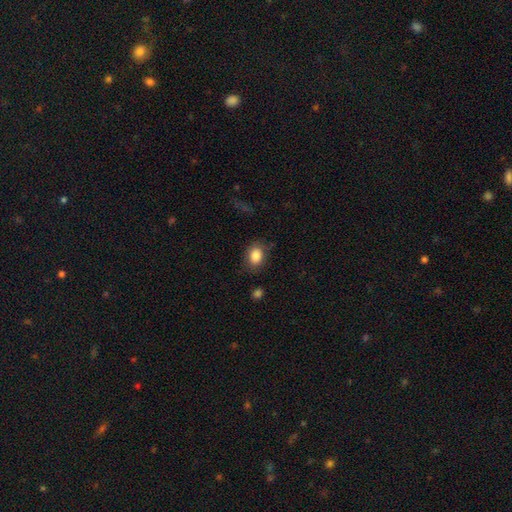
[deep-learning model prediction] Overall: smooth (85%). How rounded: in between (67%; round 32%). Merging: none (79%).